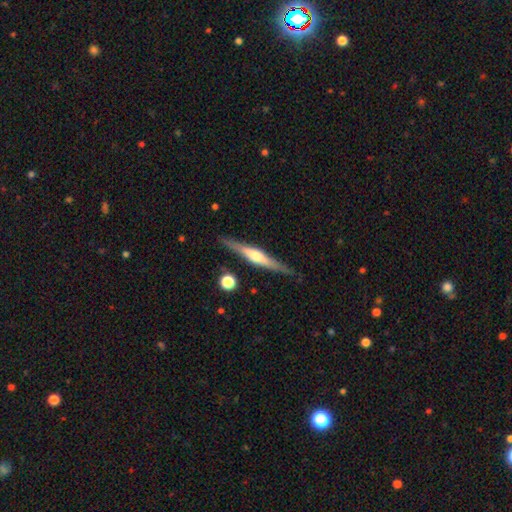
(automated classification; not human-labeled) Smooth or featured?
  - featured or disk: 71% *
  - smooth: 23%
  - star or artifact: 6%
Edge-on disk?
  - yes: 97% *
  - no: 3%
Edge-on bulge?
  - rounded: 86% *
  - boxy: 8%
  - none: 6%
Merging?
  - none: 87% *
  - minor disturbance: 9%
  - merger: 2%
  - major disturbance: 2%